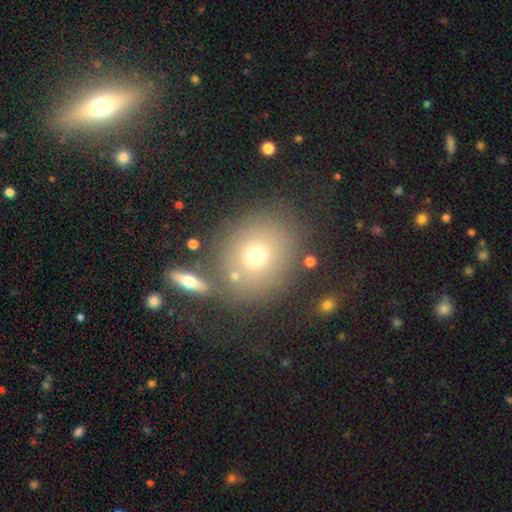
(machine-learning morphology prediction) Overall: smooth (66%). How rounded: round (71%). Merging: none (70%).